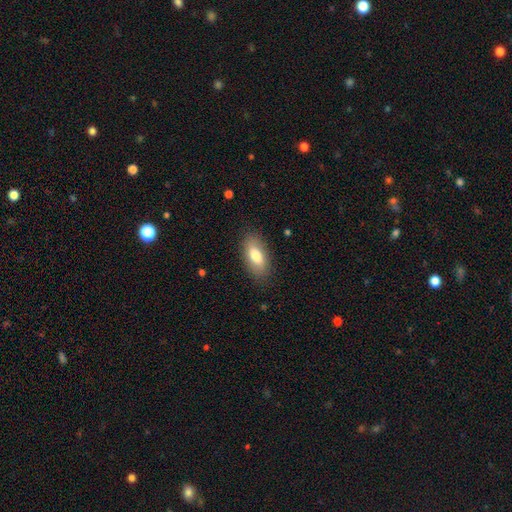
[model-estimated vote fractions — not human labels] smooth_or_featured: smooth (p=0.79) [alt: featured or disk p=0.15]
how_rounded: in between (p=0.88) [alt: cigar-shaped p=0.09]
merging: none (p=0.85) [alt: minor disturbance p=0.11]